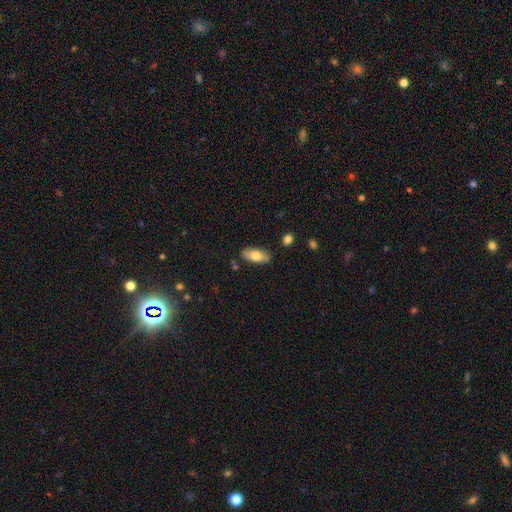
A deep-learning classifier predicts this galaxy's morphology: smooth-or-featured: smooth: 75% | featured or disk: 19% | star or artifact: 6%
  how-rounded: in between: 85% | cigar-shaped: 12% | round: 2%
  merging: none: 85% | minor disturbance: 11% | merger: 2% | major disturbance: 2%